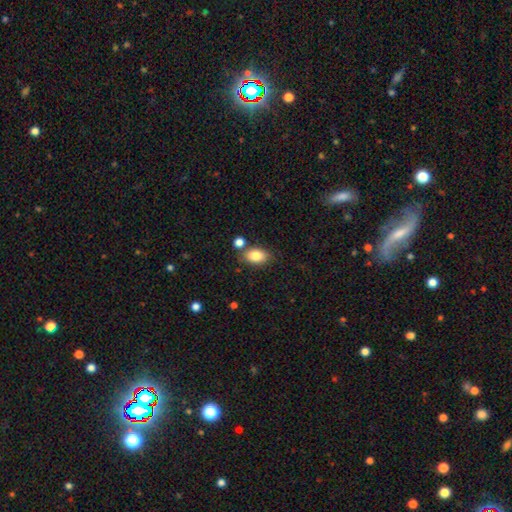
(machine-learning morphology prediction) Smooth or featured? smooth (84%)
How rounded? in between (87%)
Merging? none (75%)